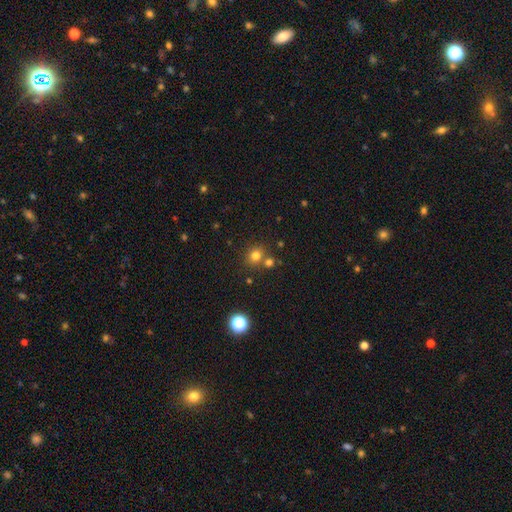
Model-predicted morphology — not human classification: smooth-or-featured: smooth: 76% | star or artifact: 17% | featured or disk: 7%
  how-rounded: round: 82% | in between: 17% | cigar-shaped: 1%
  merging: none: 69% | merger: 19% | minor disturbance: 9% | major disturbance: 3%